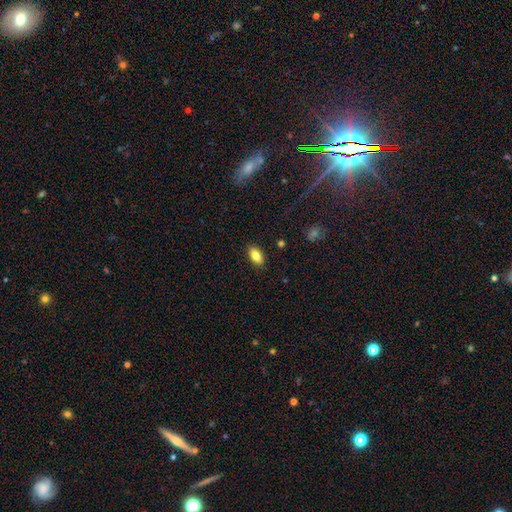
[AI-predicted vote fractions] smooth 81%, featured or disk 12%, star or artifact 8%. Down the decision tree: how rounded — in between (90%); merging — none (88%).